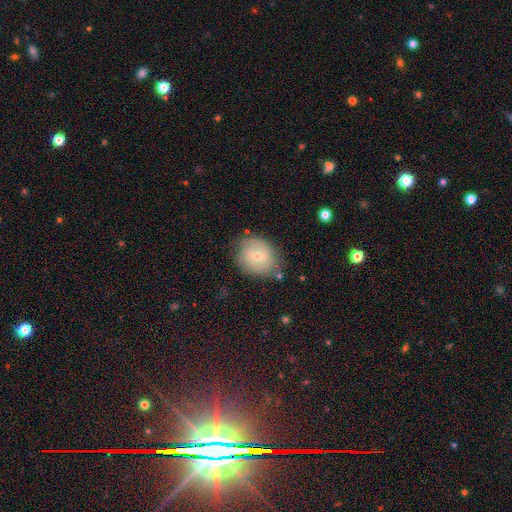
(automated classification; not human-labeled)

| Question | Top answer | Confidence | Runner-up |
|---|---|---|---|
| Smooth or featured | smooth | 52% | featured or disk (40%) |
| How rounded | round | 67% | in between (32%) |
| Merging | none | 71% | minor disturbance (20%) |